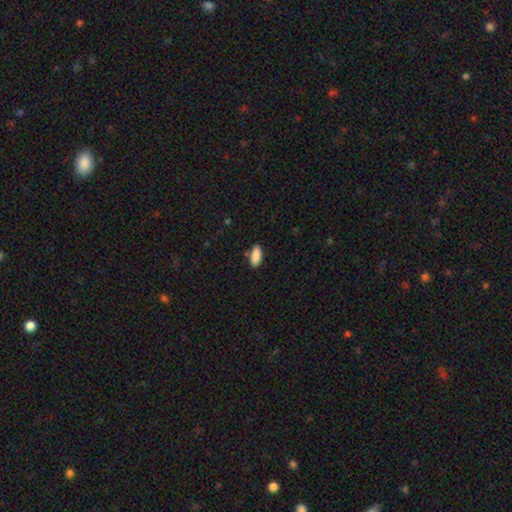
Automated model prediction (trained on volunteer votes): smooth 89%, star or artifact 7%, featured or disk 4%. Down the decision tree: how rounded — in between (87%); merging — none (85%).